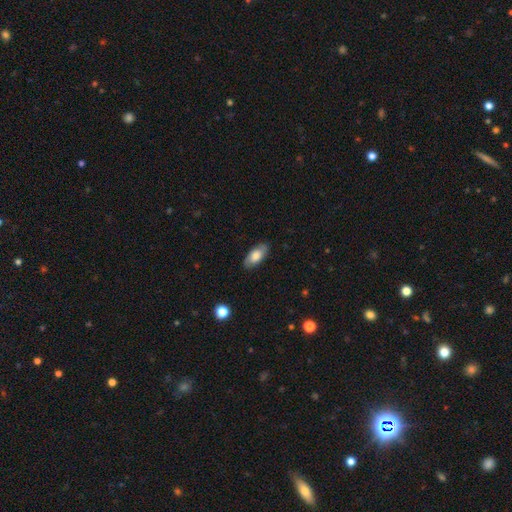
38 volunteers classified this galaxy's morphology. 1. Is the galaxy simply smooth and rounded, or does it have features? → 61% smooth, 37% featured or disk, 3% star or artifact.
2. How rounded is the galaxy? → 91% in between, 9% cigar-shaped, 0% round.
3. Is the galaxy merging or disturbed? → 92% none, 8% minor disturbance, 0% major disturbance, 0% merger.